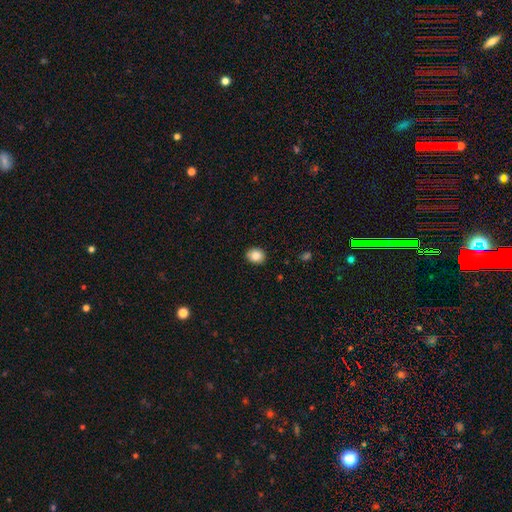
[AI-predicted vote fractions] Smooth or featured? Predicted: smooth (p=0.86). How rounded? Predicted: round (p=0.66). Merging? Predicted: none (p=0.88).